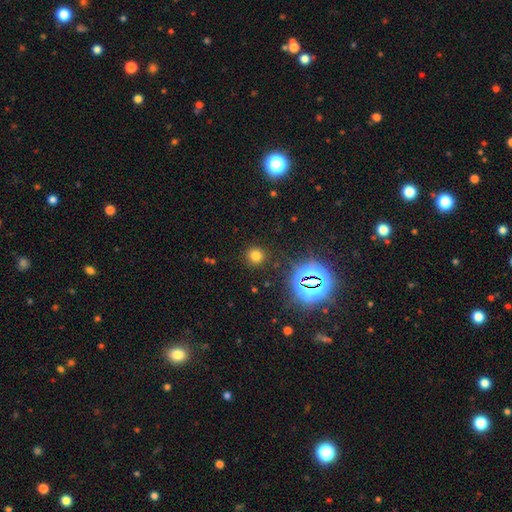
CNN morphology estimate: smooth_or_featured: smooth (p=0.70) [alt: star or artifact p=0.24]
how_rounded: round (p=0.92) [alt: in between p=0.07]
merging: none (p=0.88) [alt: minor disturbance p=0.07]